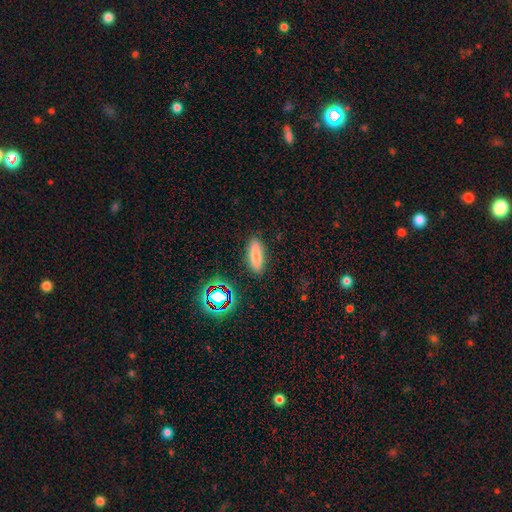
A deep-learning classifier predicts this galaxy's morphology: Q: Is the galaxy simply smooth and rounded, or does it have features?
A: smooth — 78%.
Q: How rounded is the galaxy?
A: in between — 54%.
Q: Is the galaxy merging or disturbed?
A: none — 87%.